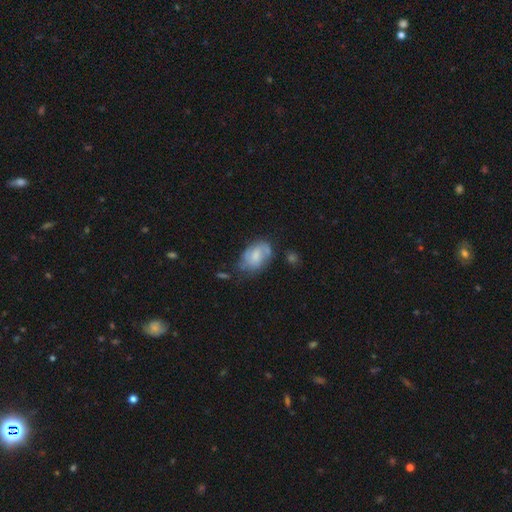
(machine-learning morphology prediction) smooth-or-featured: featured or disk: 48% | smooth: 45% | star or artifact: 8%
  merging: none: 49% | minor disturbance: 31% | major disturbance: 14% | merger: 6%